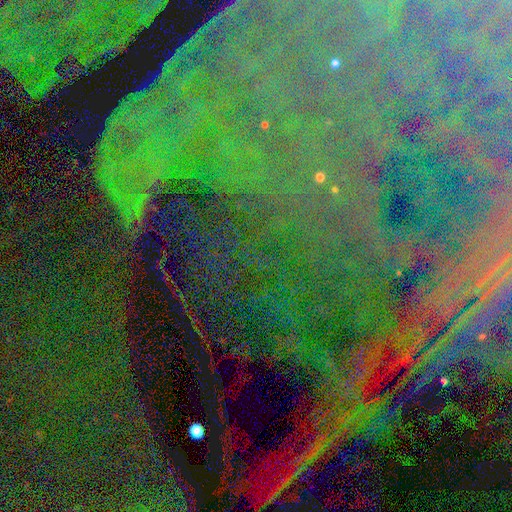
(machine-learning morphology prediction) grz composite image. It shows a star or artifact, not a galaxy (82%).